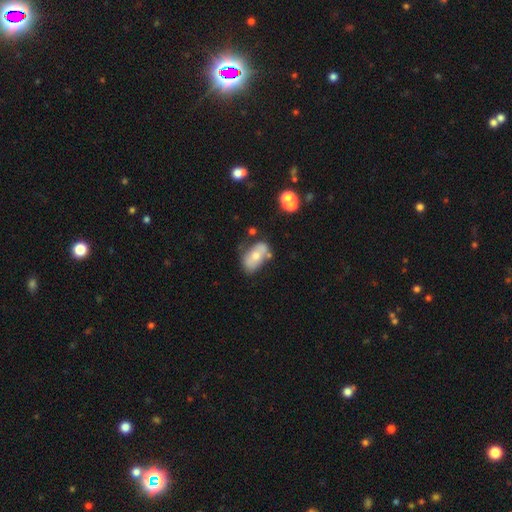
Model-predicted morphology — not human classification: Smooth or featured? Predicted: smooth (p=0.56). How rounded? Predicted: in between (p=0.90). Merging? Predicted: none (p=0.56).